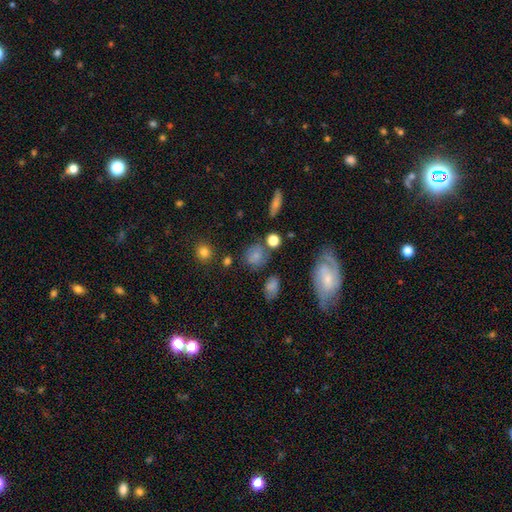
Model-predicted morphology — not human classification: This appears to be a smooth galaxy with no disk features (70%) that is round (75%). Merging: none (72%).